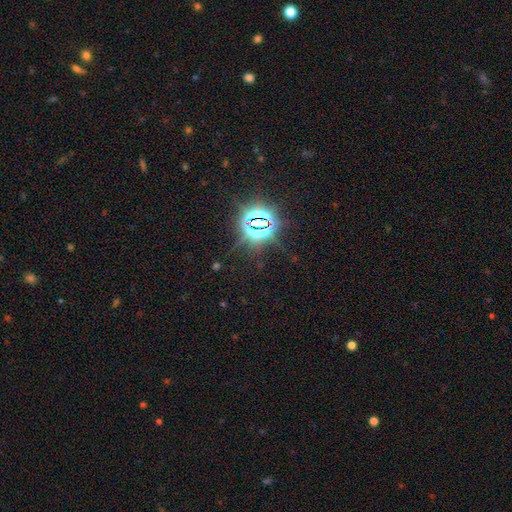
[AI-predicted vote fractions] Smooth or featured? star or artifact (83%)